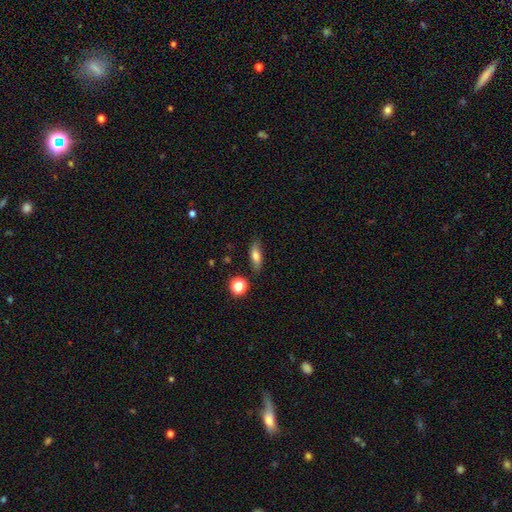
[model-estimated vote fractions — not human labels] A smooth galaxy with no disk features (71%) that is in between round and cigar-shaped (61%).

Vote fractions:
- Smooth or featured? smooth: 71% / featured or disk: 20% / star or artifact: 10%
- How rounded? in between: 61% / cigar-shaped: 32% / round: 6%
- Merging? none: 80% / minor disturbance: 14% / major disturbance: 3% / merger: 3%